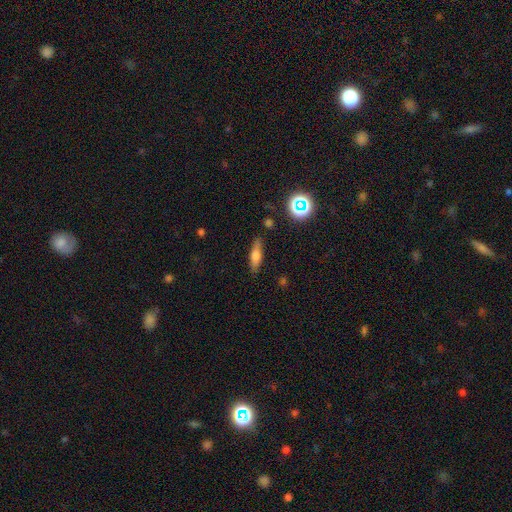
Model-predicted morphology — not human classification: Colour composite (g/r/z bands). It shows a smooth galaxy with no disk features (55%) that is cigar-shaped (61%). Merging: none (82%).